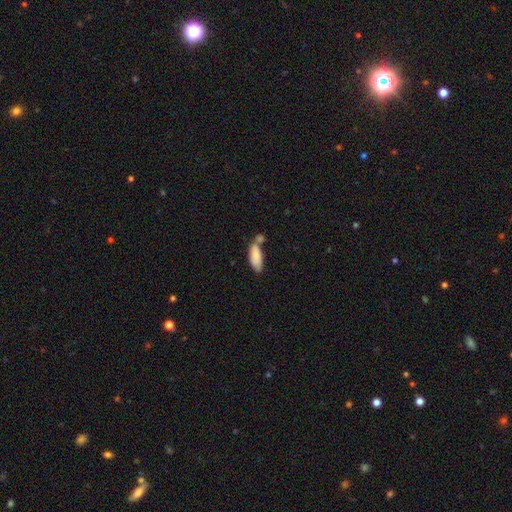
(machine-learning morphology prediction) Smooth or featured?
  - smooth: 82% *
  - featured or disk: 12%
  - star or artifact: 6%
How rounded?
  - in between: 72% *
  - cigar-shaped: 26%
  - round: 2%
Merging?
  - none: 44% *
  - merger: 33%
  - minor disturbance: 18%
  - major disturbance: 5%